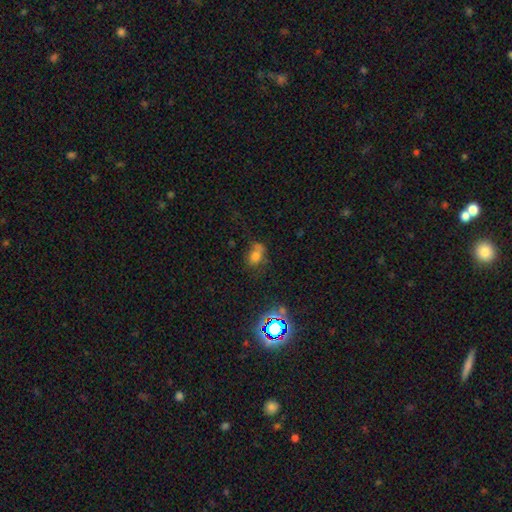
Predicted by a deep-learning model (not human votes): Smooth or featured? smooth (64%)
How rounded? in between (66%)
Merging? none (43%)